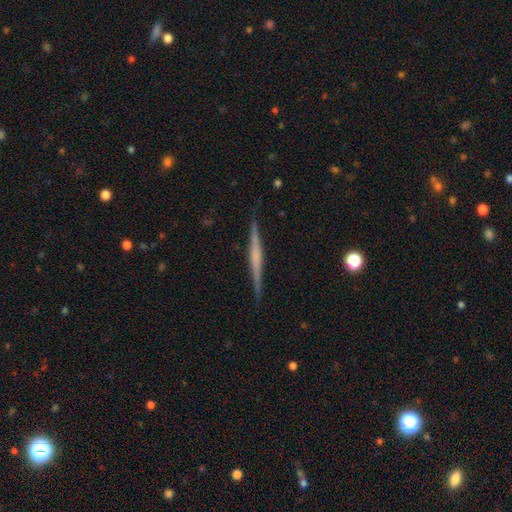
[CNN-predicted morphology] Smooth or featured: featured or disk — 68% (smooth — 26%)
Edge-on disk: yes — 98% (no — 2%)
Edge-on bulge: none — 52% (rounded — 29%)
Merging: none — 90% (minor disturbance — 7%)